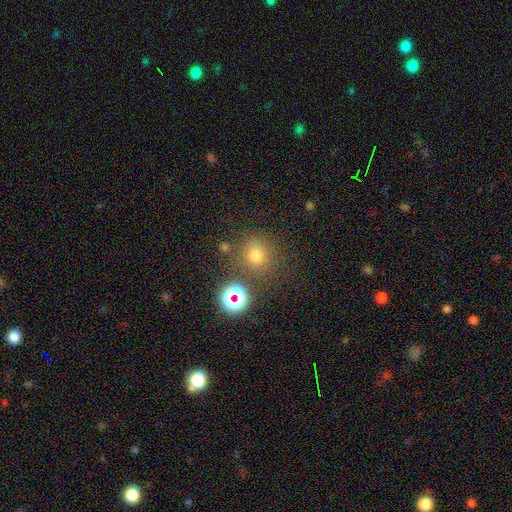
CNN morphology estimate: Smooth or featured? Predicted: smooth (p=0.69). How rounded? Predicted: round (p=0.87). Merging? Predicted: none (p=0.78).